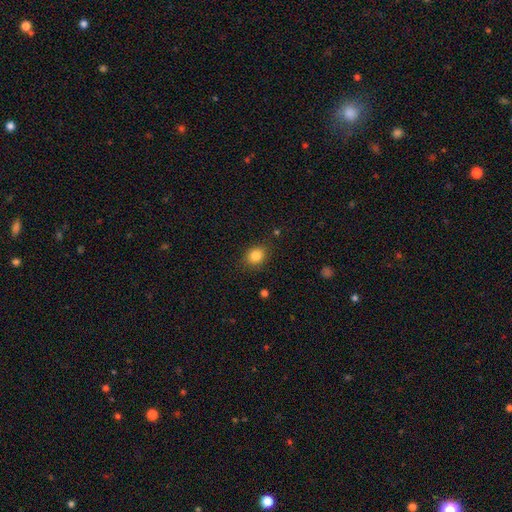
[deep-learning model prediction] smooth 84%, star or artifact 10%, featured or disk 5%. Down the decision tree: how rounded — round (57%); merging — none (85%).